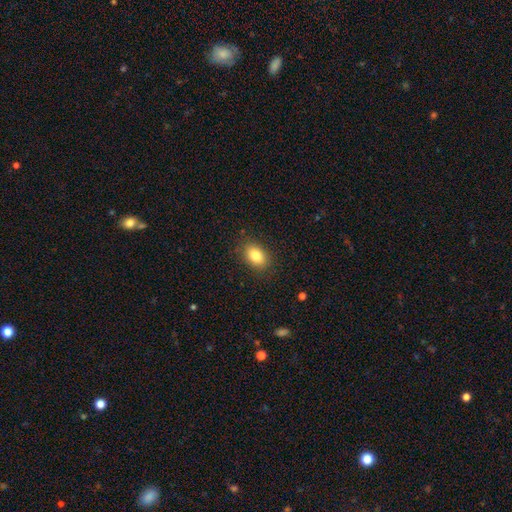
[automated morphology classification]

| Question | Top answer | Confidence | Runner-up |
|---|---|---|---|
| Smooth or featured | smooth | 83% | star or artifact (9%) |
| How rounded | in between | 81% | round (18%) |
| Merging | none | 87% | minor disturbance (9%) |